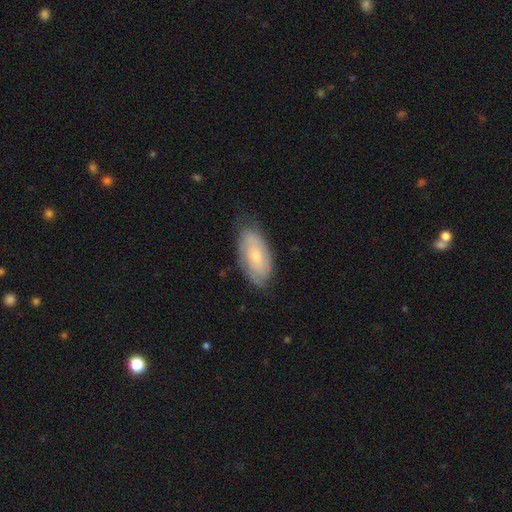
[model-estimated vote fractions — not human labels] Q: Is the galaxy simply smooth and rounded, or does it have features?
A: smooth — 49%.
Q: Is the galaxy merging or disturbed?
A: none — 69%.